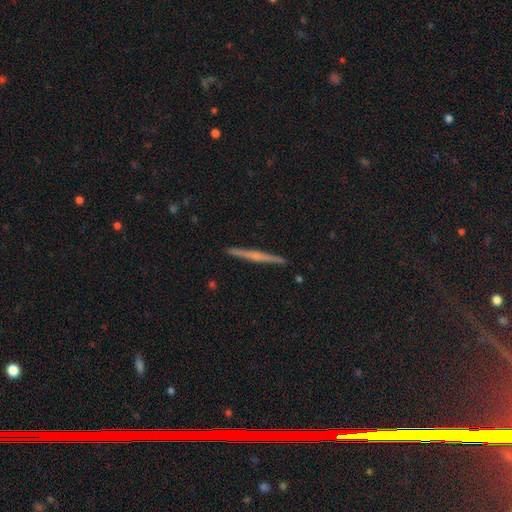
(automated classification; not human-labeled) Q: Smooth or featured?
A: featured or disk (63%); runner-up: smooth (31%)
Q: Edge-on disk?
A: yes (98%); runner-up: no (2%)
Q: Edge-on bulge?
A: none (51%); runner-up: rounded (40%)
Q: Merging?
A: none (92%); runner-up: minor disturbance (5%)